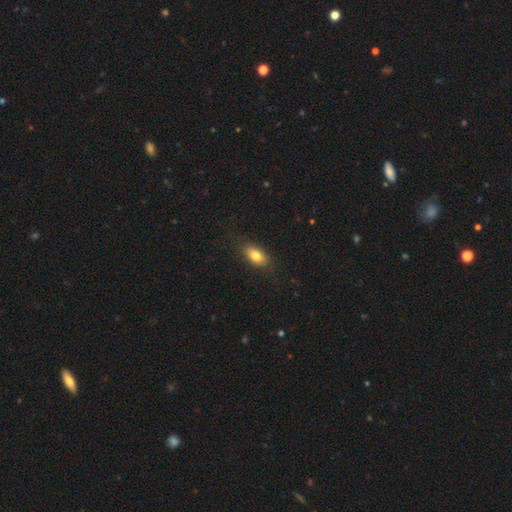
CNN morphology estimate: Q: Smooth or featured?
A: smooth (80%); runner-up: featured or disk (12%)
Q: How rounded?
A: in between (87%); runner-up: round (8%)
Q: Merging?
A: none (85%); runner-up: minor disturbance (11%)